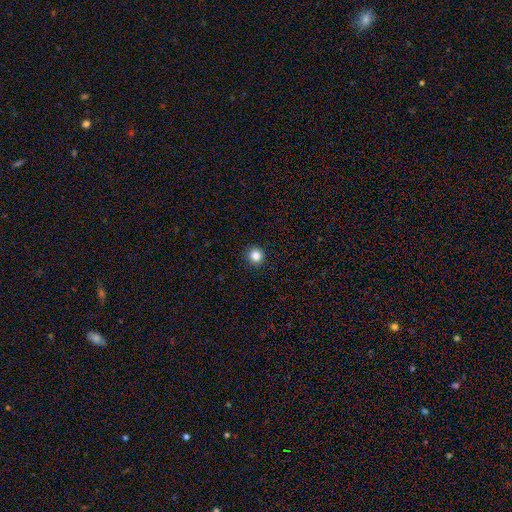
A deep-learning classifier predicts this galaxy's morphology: Smooth or featured: smooth — 85% (star or artifact — 11%)
How rounded: round — 95% (in between — 4%)
Merging: none — 93% (minor disturbance — 4%)